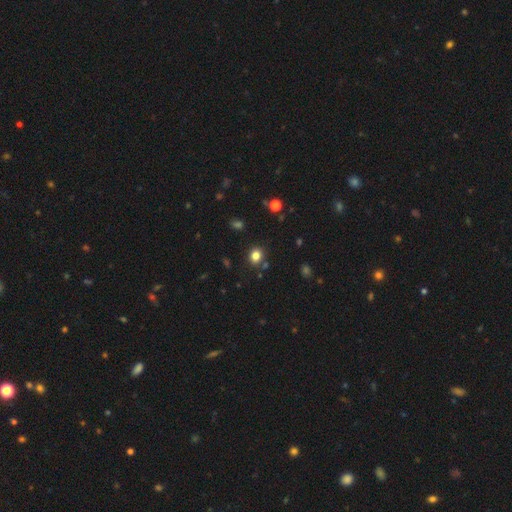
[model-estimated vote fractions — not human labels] smooth 81%, star or artifact 13%, featured or disk 6%. Down the decision tree: how rounded — round (67%); merging — none (83%).